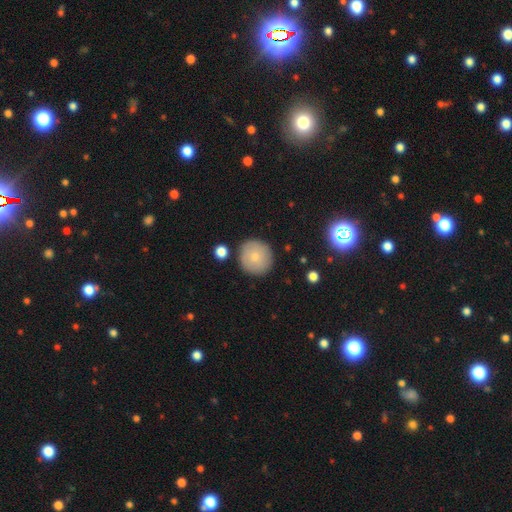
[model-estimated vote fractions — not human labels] This is likely a smooth galaxy (76%). How rounded: clearly round (94%). Merging: clearly none (87%).